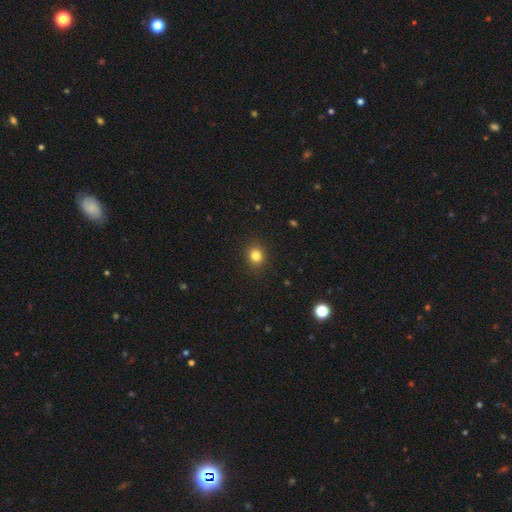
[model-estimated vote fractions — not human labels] Smooth or featured? Predicted: smooth (p=0.82). How rounded? Predicted: round (p=0.77). Merging? Predicted: none (p=0.90).